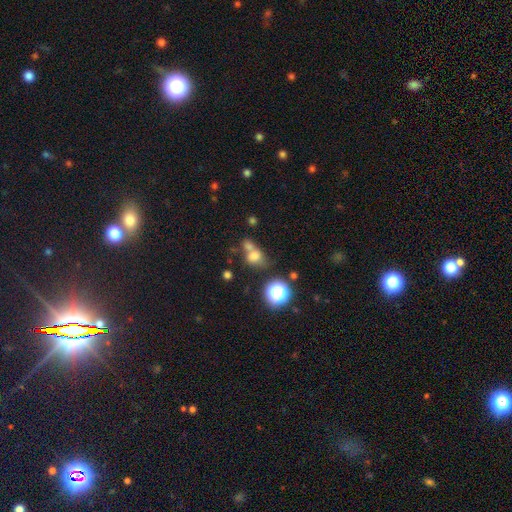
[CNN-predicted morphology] smooth_or_featured: smooth (p=0.68) [alt: star or artifact p=0.20]
how_rounded: round (p=0.53) [alt: in between p=0.45]
merging: merger (p=0.44) [alt: none p=0.37]